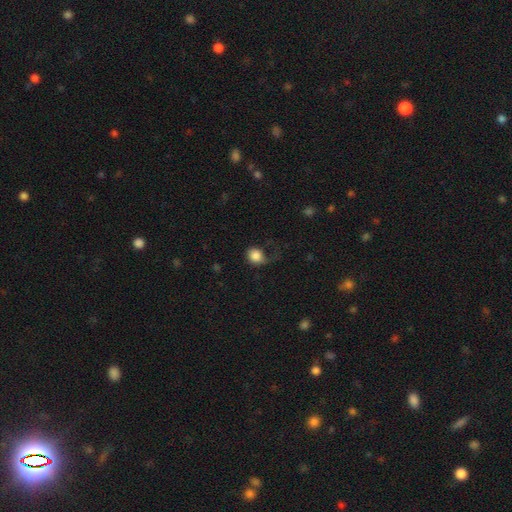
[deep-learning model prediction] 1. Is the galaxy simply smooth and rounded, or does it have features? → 82% smooth, 9% featured or disk, 8% star or artifact.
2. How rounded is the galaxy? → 73% round, 26% in between, 1% cigar-shaped.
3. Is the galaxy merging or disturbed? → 41% none, 32% major disturbance, 25% minor disturbance, 3% merger.